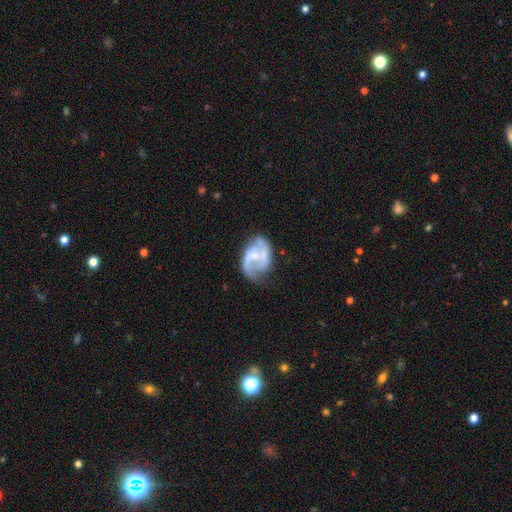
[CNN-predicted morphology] Overall: featured or disk (78%). Edge-on disk: no (98%). Bar: no (49%; weak 40%). Spiral arms: yes (86%). Spiral arm count: 2 (78%). Spiral winding: loose (46%; medium 41%). Bulge size: small (38%; none 29%). Merging: none (51%; minor disturbance 23%).